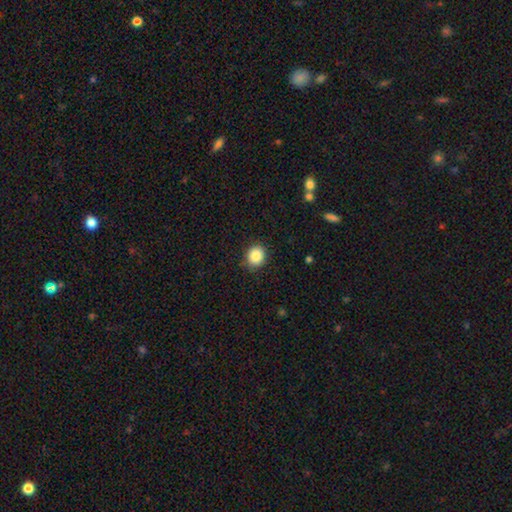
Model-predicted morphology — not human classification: A smooth galaxy with no disk features (87%) that is round (76%). Merging: none (86%).